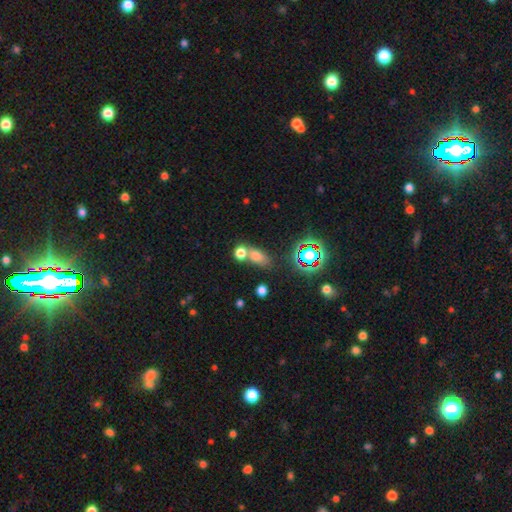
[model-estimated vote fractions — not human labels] This appears to be a smooth galaxy with no disk features (65%) that is in between round and cigar-shaped (66%). Merging: none (50%).